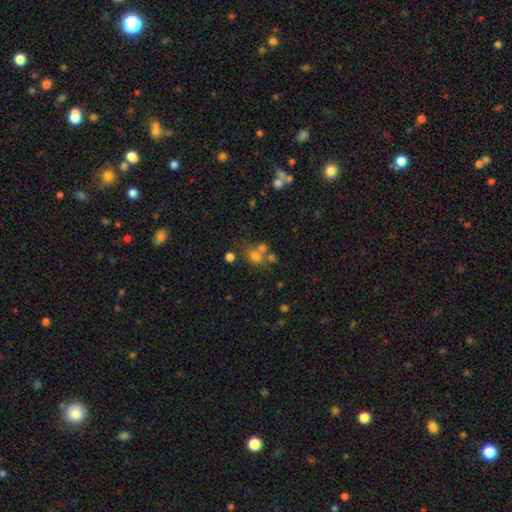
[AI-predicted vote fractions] A smooth galaxy with no disk features (63%) that is round (69%). Merging: none (47%).